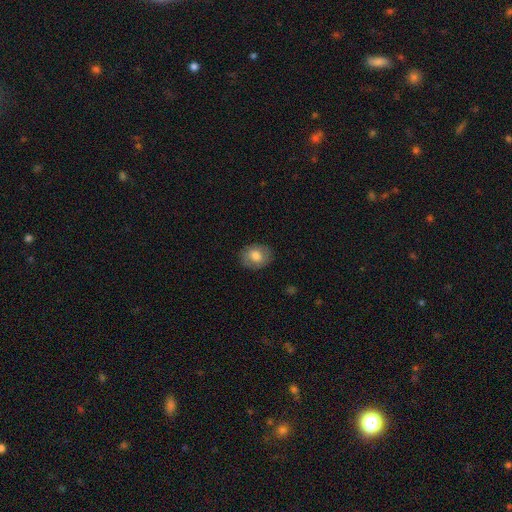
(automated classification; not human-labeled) This is likely a smooth galaxy (75%). How rounded: possibly in between (51%). Merging: clearly none (85%).